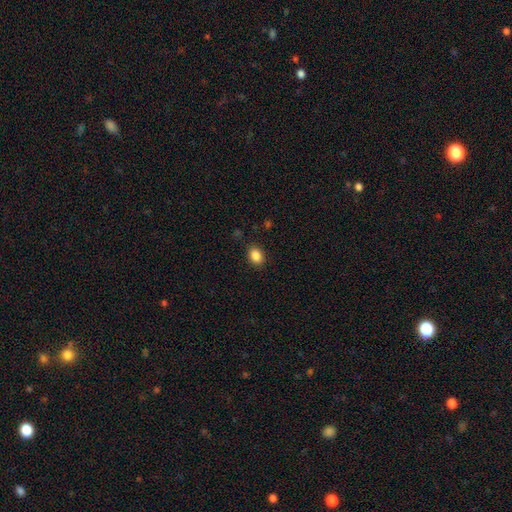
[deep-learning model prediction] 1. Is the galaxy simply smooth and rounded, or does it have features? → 86% smooth, 9% star or artifact, 4% featured or disk.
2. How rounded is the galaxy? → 71% in between, 28% round, 1% cigar-shaped.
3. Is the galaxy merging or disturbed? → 87% none, 9% minor disturbance, 2% major disturbance, 1% merger.